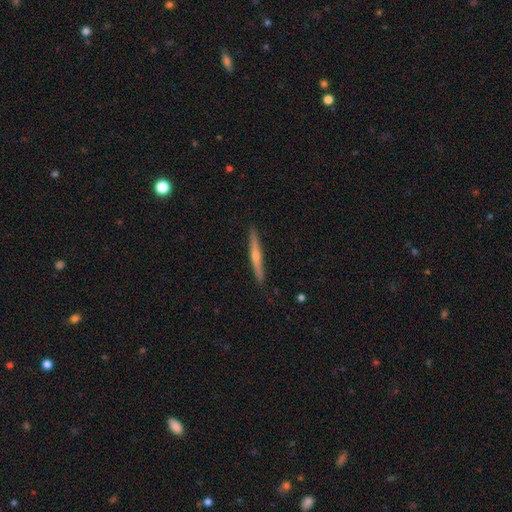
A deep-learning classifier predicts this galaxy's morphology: Q: Smooth or featured?
A: featured or disk (60%); runner-up: smooth (34%)
Q: Edge-on disk?
A: yes (97%); runner-up: no (3%)
Q: Edge-on bulge?
A: rounded (73%); runner-up: none (23%)
Q: Merging?
A: none (91%); runner-up: minor disturbance (7%)